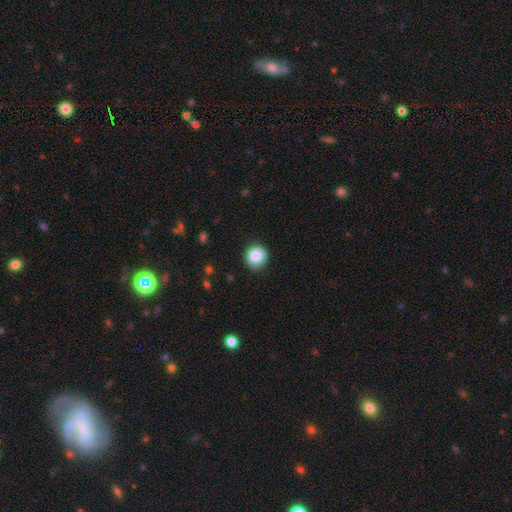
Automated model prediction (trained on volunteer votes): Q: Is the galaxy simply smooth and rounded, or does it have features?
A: smooth — 85%.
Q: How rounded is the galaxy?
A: round — 90%.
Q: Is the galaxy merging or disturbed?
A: none — 87%.